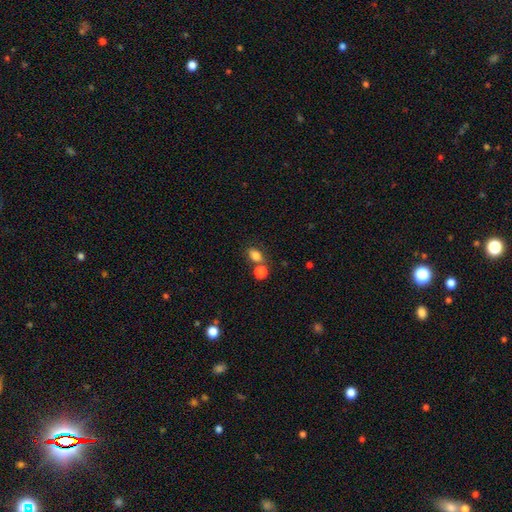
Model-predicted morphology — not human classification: Smooth or featured: smooth — 81% (star or artifact — 12%)
How rounded: in between — 72% (round — 26%)
Merging: none — 59% (merger — 25%)